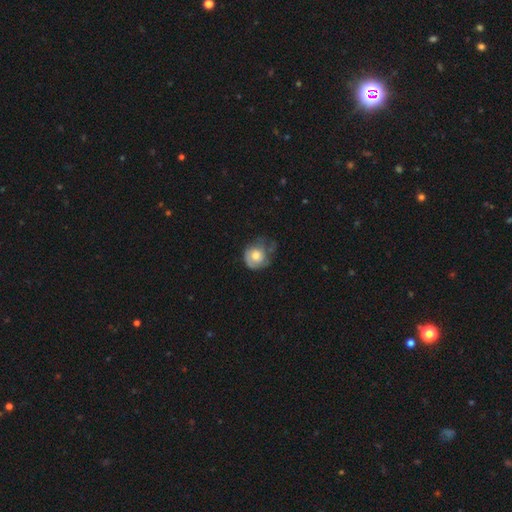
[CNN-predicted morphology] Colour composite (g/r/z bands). It shows a smooth galaxy with no disk features (52%) that is round (78%). Merging: none (42%).